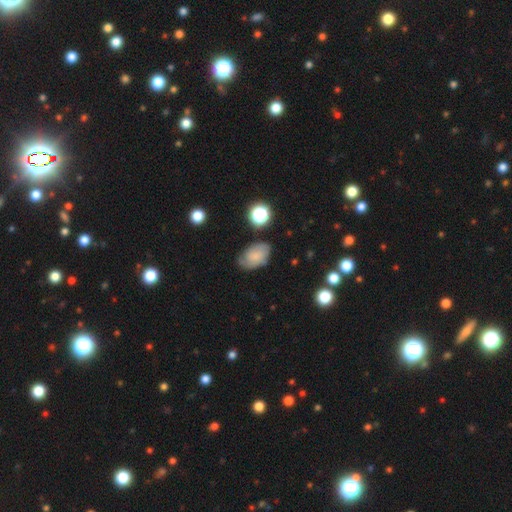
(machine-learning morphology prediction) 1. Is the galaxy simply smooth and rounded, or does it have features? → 59% smooth, 30% featured or disk, 11% star or artifact.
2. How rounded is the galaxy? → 87% in between, 11% round, 1% cigar-shaped.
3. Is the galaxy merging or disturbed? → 64% none, 26% minor disturbance, 8% major disturbance, 3% merger.